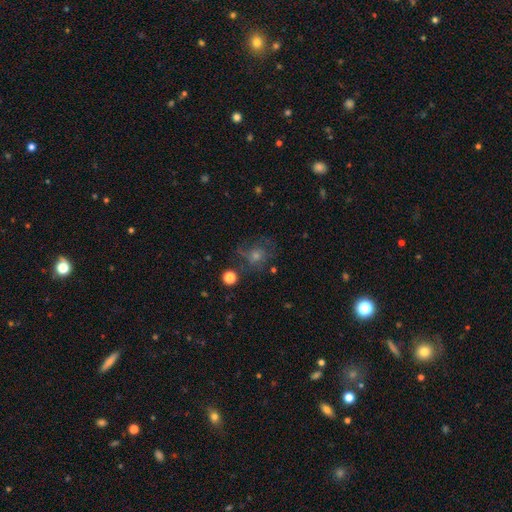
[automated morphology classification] Q: Smooth or featured?
A: featured or disk (43%); runner-up: smooth (32%)
Q: Merging?
A: none (62%); runner-up: minor disturbance (18%)